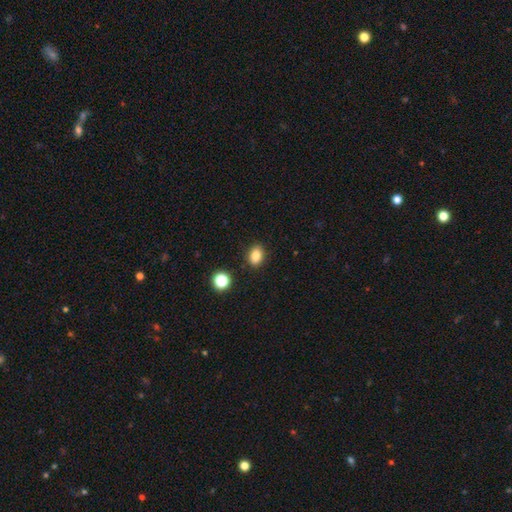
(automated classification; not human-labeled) The model was most divided on "how rounded": in between: 75%, round: 24%, cigar-shaped: 1%. More confident: merging — none (87%); smooth or featured — smooth (84%).